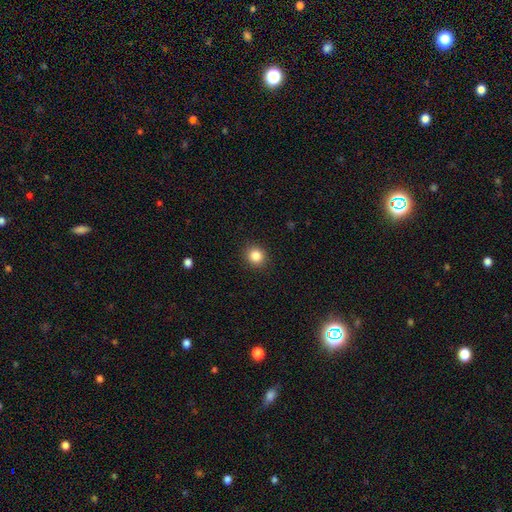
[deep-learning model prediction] A smooth galaxy with no disk features (85%) that is round (86%).

Vote fractions:
- Smooth or featured? smooth: 85% / star or artifact: 11% / featured or disk: 5%
- How rounded? round: 86% / in between: 14% / cigar-shaped: 1%
- Merging? none: 90% / minor disturbance: 7% / major disturbance: 2% / merger: 1%